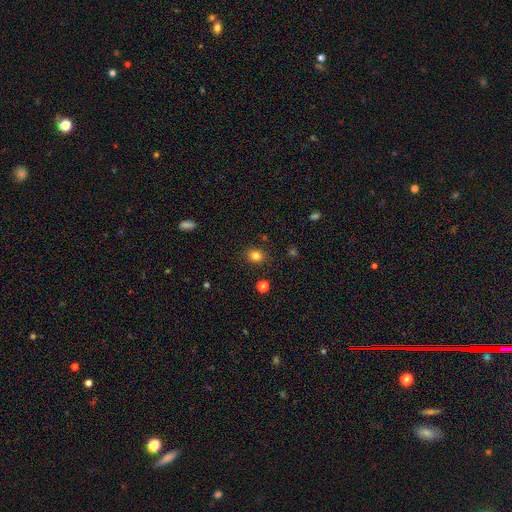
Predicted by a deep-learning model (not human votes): Smooth or featured? smooth (81%)
How rounded? round (68%)
Merging? none (88%)